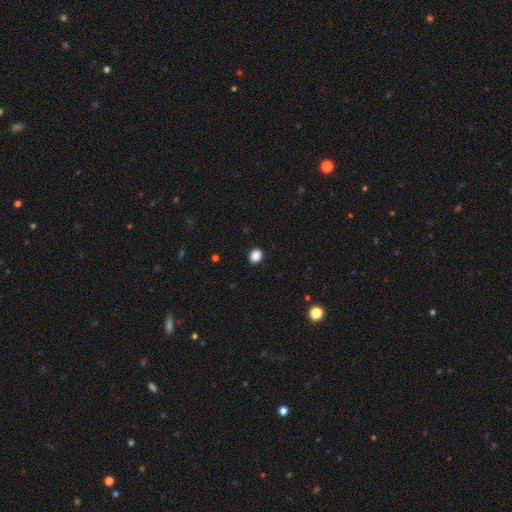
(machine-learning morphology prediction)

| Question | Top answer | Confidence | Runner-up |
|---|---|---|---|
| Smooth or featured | smooth | 88% | star or artifact (10%) |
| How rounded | round | 65% | in between (34%) |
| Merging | none | 91% | minor disturbance (6%) |